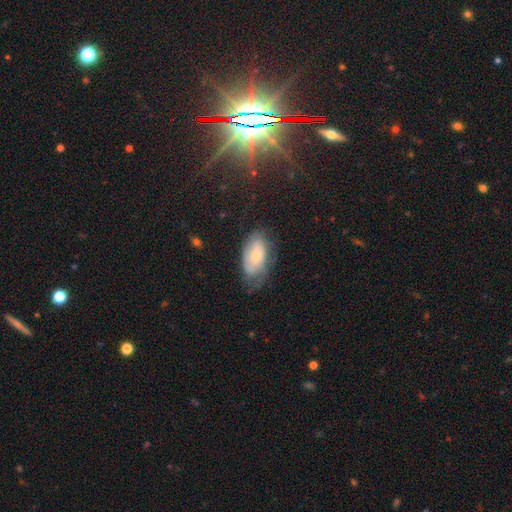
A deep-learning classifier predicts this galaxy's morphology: Smooth or featured: smooth — 48% (featured or disk — 44%)
Merging: none — 54% (minor disturbance — 30%)